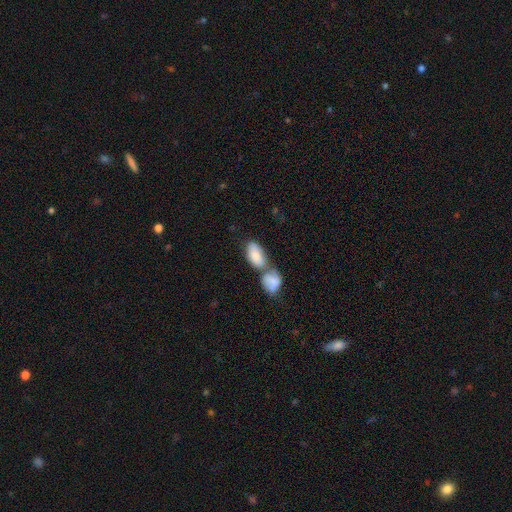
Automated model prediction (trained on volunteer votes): smooth 78%, featured or disk 15%, star or artifact 7%. Down the decision tree: how rounded — in between (92%); merging — merger (63%).